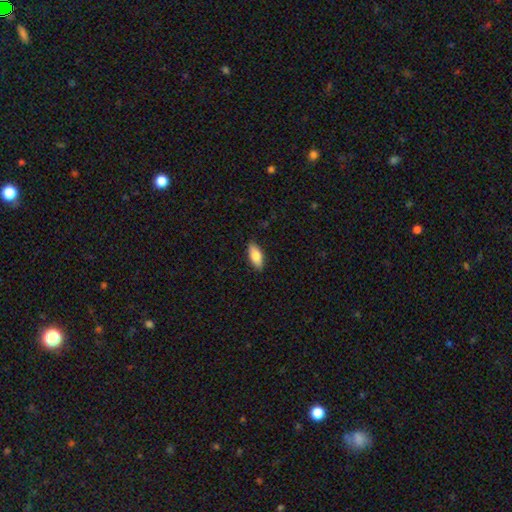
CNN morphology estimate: type=smooth (82%); roundness=in between (85%); merging=none (88%).